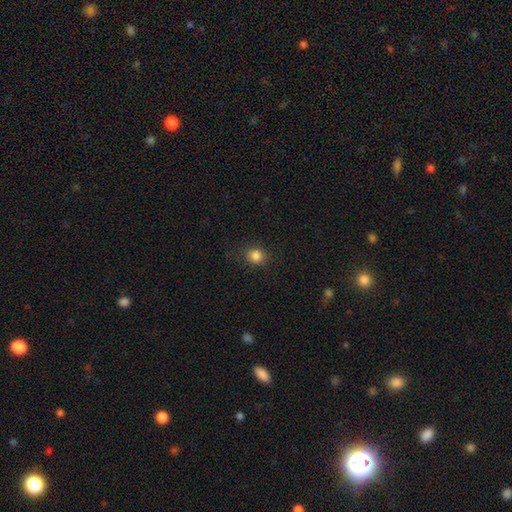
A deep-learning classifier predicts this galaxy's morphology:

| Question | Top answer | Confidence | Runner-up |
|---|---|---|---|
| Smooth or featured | smooth | 84% | star or artifact (12%) |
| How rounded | round | 79% | in between (20%) |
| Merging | none | 86% | minor disturbance (10%) |